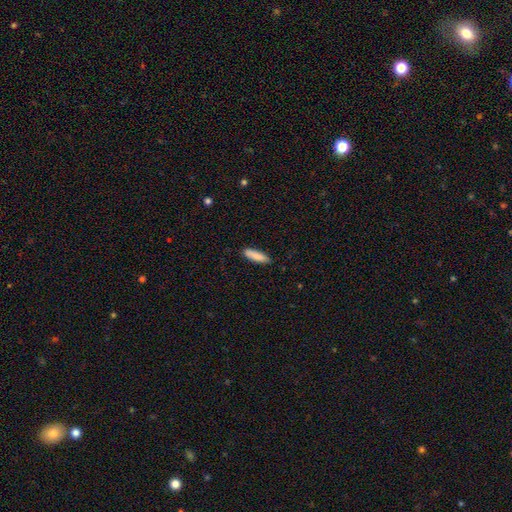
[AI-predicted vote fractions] The model was most divided on "how rounded": cigar-shaped: 64%, in between: 34%, round: 2%. More confident: smooth or featured — smooth (85%); merging — none (85%).